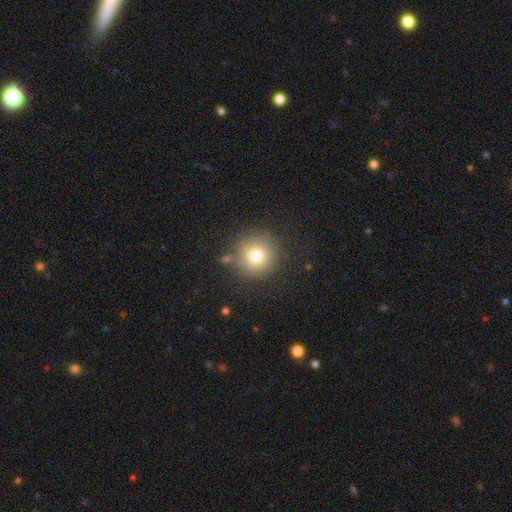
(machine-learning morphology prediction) A smooth galaxy with no disk features (77%) that is round (94%).

Vote fractions:
- Smooth or featured? smooth: 77% / star or artifact: 13% / featured or disk: 10%
- How rounded? round: 94% / in between: 5% / cigar-shaped: 1%
- Merging? none: 83% / minor disturbance: 9% / merger: 4% / major disturbance: 4%